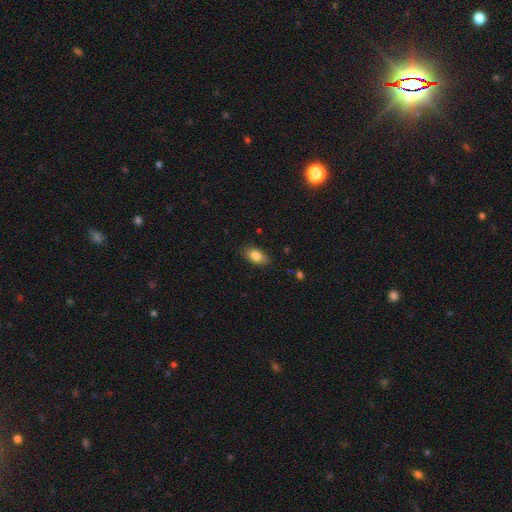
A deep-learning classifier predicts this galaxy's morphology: Smooth or featured?
  - smooth: 84% *
  - featured or disk: 9%
  - star or artifact: 8%
How rounded?
  - in between: 89% *
  - round: 7%
  - cigar-shaped: 4%
Merging?
  - none: 82% *
  - minor disturbance: 14%
  - major disturbance: 3%
  - merger: 1%